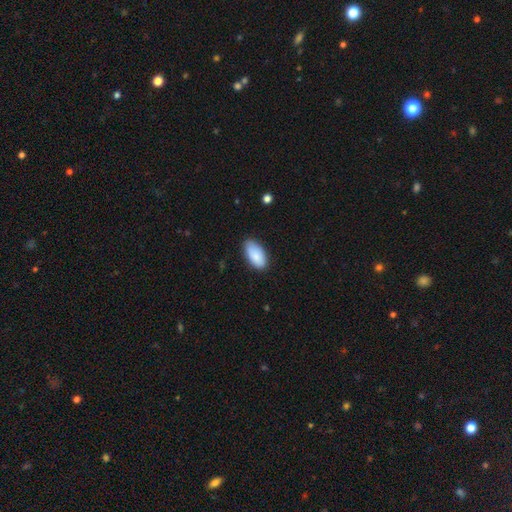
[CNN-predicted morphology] Smooth or featured: smooth — 87% (featured or disk — 7%)
How rounded: in between — 94% (cigar-shaped — 4%)
Merging: none — 81% (minor disturbance — 15%)